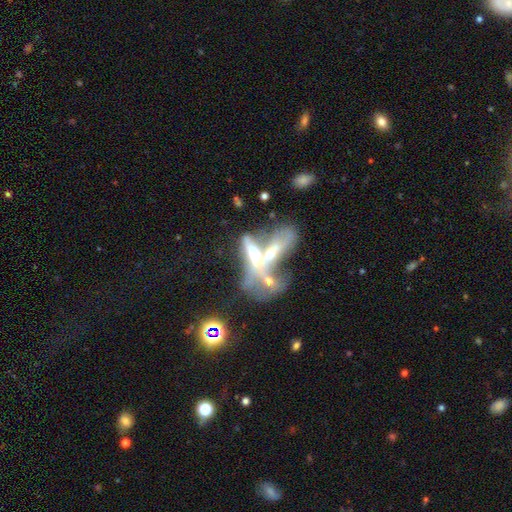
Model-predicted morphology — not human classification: Q: Smooth or featured?
A: featured or disk (55%); runner-up: smooth (31%)
Q: Edge-on disk?
A: no (70%); runner-up: yes (30%)
Q: Merging?
A: merger (67%); runner-up: major disturbance (16%)